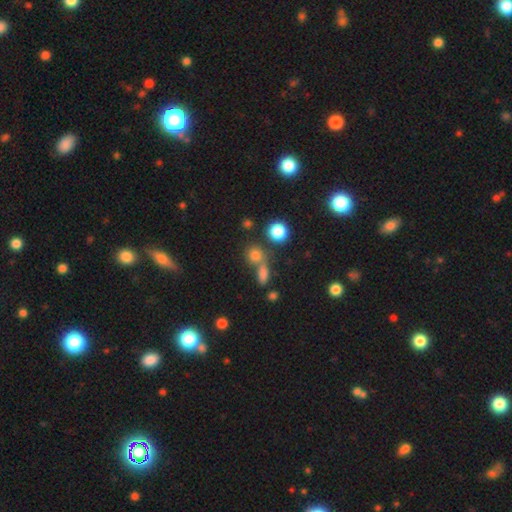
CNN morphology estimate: Smooth or featured? smooth (74%)
How rounded? round (72%)
Merging? none (55%)